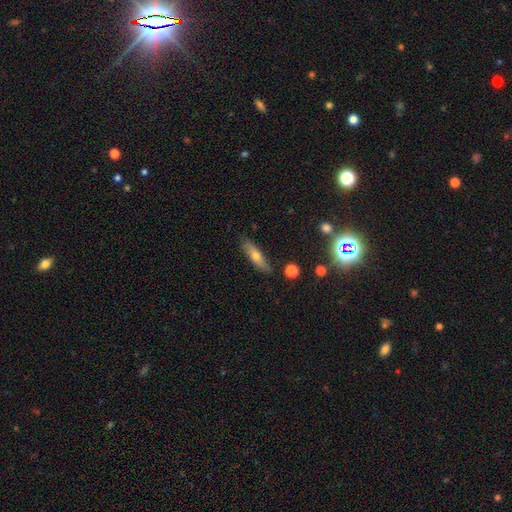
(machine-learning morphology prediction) Smooth or featured? smooth (60%)
How rounded? cigar-shaped (68%)
Merging? none (83%)